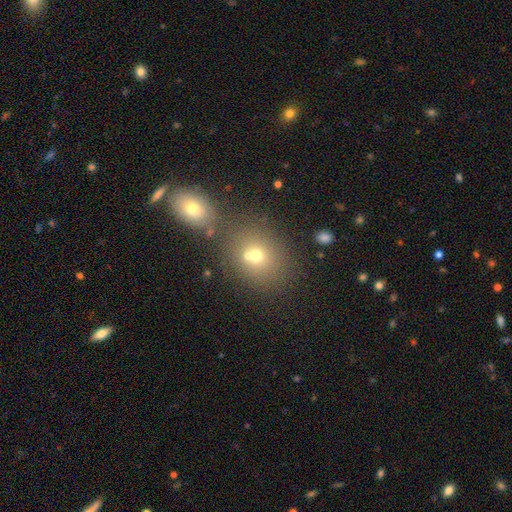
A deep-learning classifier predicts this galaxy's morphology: smooth-or-featured: smooth: 65% | star or artifact: 18% | featured or disk: 17%
  how-rounded: round: 67% | in between: 32% | cigar-shaped: 1%
  merging: none: 49% | merger: 36% | minor disturbance: 10% | major disturbance: 4%